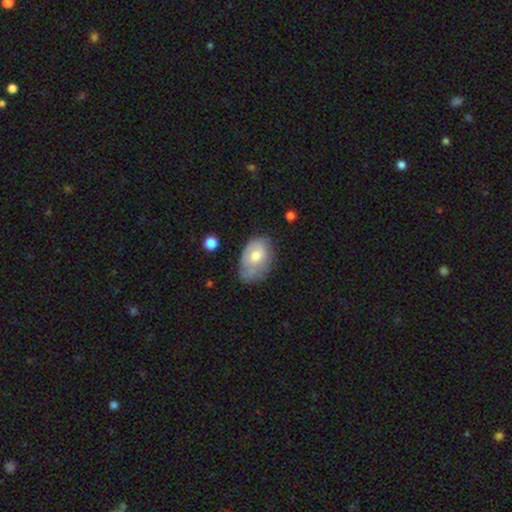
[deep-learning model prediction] Smooth or featured? smooth (57%)
How rounded? in between (86%)
Merging? none (46%)